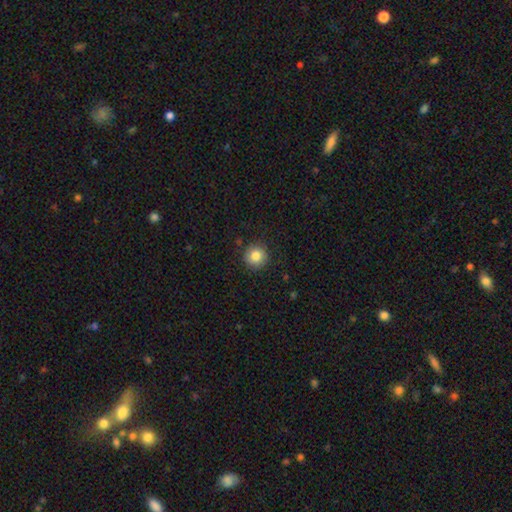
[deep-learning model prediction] smooth 83%, star or artifact 10%, featured or disk 7%. Down the decision tree: how rounded — round (93%); merging — none (88%).